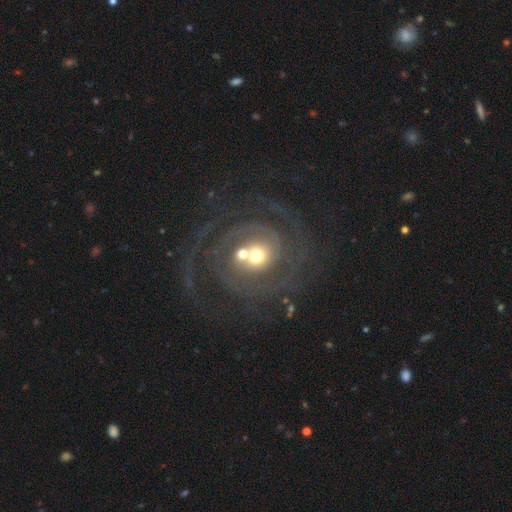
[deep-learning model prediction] smooth-or-featured: featured or disk: 78% | smooth: 13% | star or artifact: 9%
  disk-edge-on: no: 97% | yes: 3%
    bar: no: 78% | weak: 15% | strong: 7%
    has-spiral-arms: yes: 84% | no: 16%
      spiral-winding: tight: 51% | medium: 31% | loose: 17%
      spiral-arm-count: 2: 36% | can't tell: 24% | 3: 14% | 1: 11% | 4: 7% | more than 4: 7%
    bulge-size: moderate: 57% | small: 21% | large: 16% | dominant: 4% | none: 2%
  merging: none: 54% | major disturbance: 20% | minor disturbance: 13% | merger: 13%